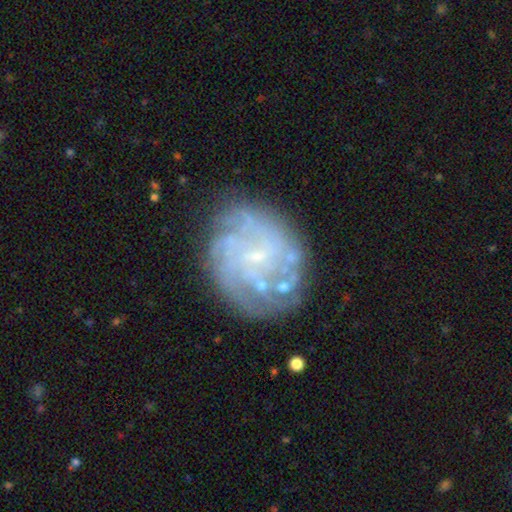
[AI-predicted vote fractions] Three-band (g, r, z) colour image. It shows a featured or disk galaxy (75%) with no bar (57%), tight (58%) spiral arms (78%) and a small central bulge (70%). Merging: none (69%).